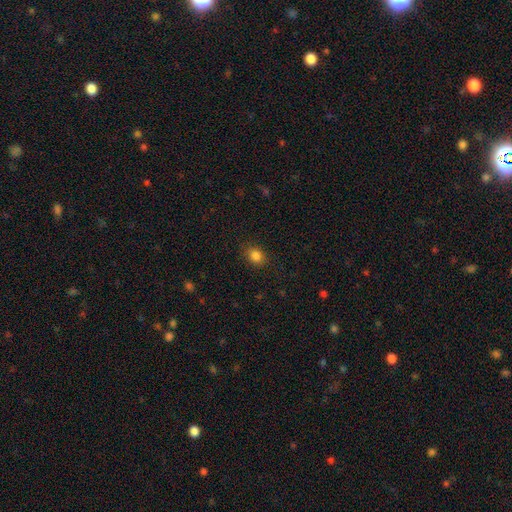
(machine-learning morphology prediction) Smooth or featured: smooth — 84% (star or artifact — 12%)
How rounded: in between — 54% (round — 45%)
Merging: none — 86% (minor disturbance — 10%)